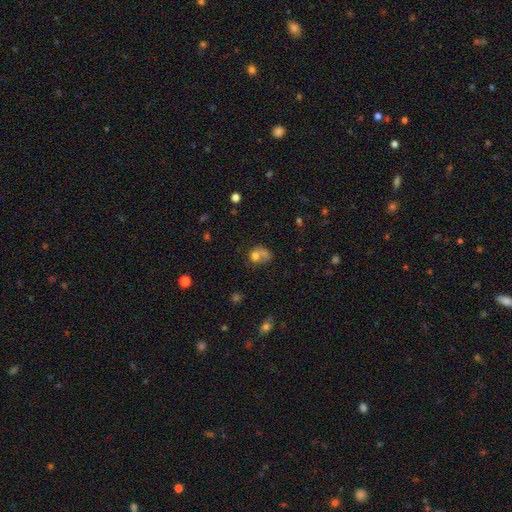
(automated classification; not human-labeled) Morphology: type=smooth (67%); roundness=round (54%); merging=merger (42%).